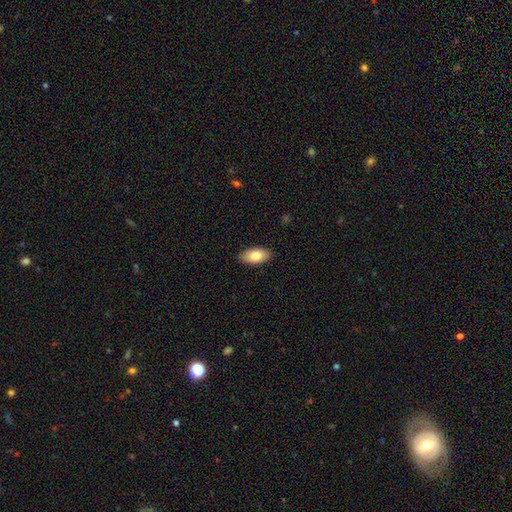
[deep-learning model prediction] smooth_or_featured: smooth (p=0.81) [alt: featured or disk p=0.13]
how_rounded: in between (p=0.93) [alt: cigar-shaped p=0.04]
merging: none (p=0.87) [alt: minor disturbance p=0.11]